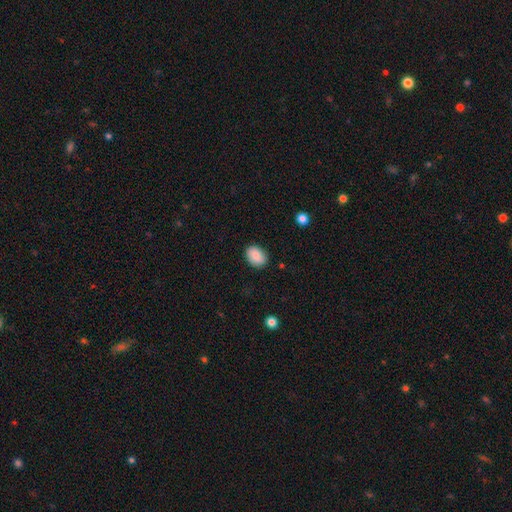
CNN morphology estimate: Overall: smooth (85%). How rounded: in between (76%). Merging: none (84%).